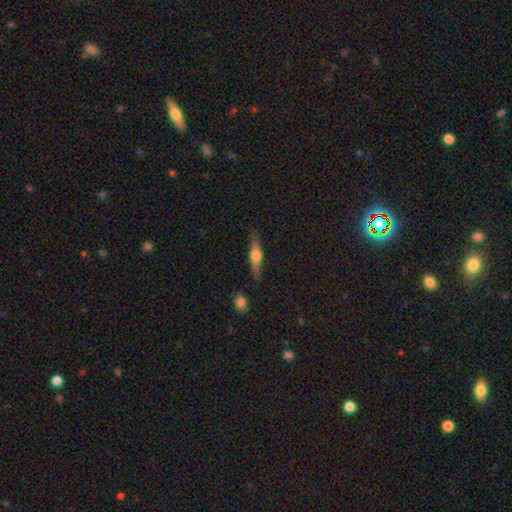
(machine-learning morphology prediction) Overall: featured or disk (65%; smooth 29%). Edge-on disk: yes (96%). Edge-on bulge: rounded (91%). Merging: none (86%).